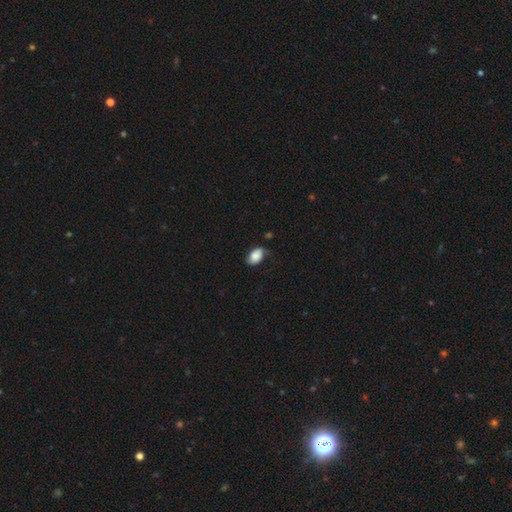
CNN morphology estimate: Smooth or featured? Predicted: smooth (p=0.81). How rounded? Predicted: in between (p=0.89). Merging? Predicted: none (p=0.63).